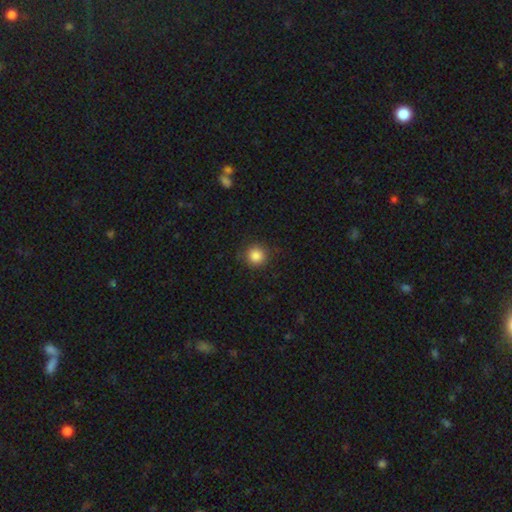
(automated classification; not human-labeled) Smooth or featured? Predicted: smooth (p=0.86). How rounded? Predicted: round (p=0.93). Merging? Predicted: none (p=0.87).